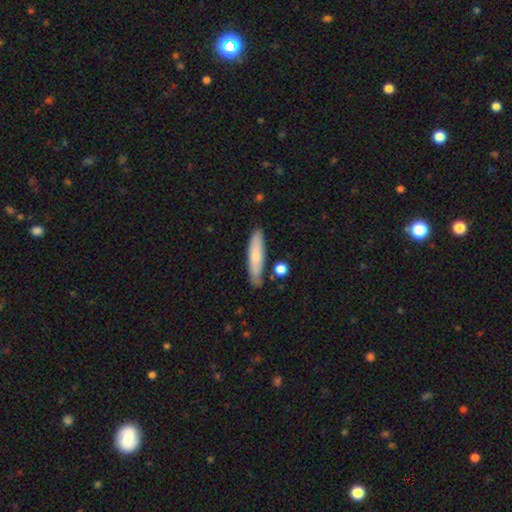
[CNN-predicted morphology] A smooth galaxy with no disk features (72%) that is cigar-shaped (78%).

Vote fractions:
- Smooth or featured? smooth: 72% / featured or disk: 22% / star or artifact: 6%
- How rounded? cigar-shaped: 78% / in between: 21% / round: 2%
- Merging? none: 78% / minor disturbance: 15% / merger: 4% / major disturbance: 3%